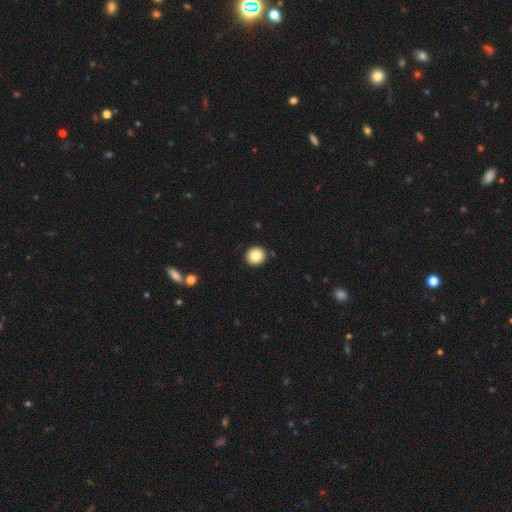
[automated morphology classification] Overall: smooth (83%). How rounded: round (94%). Merging: none (92%).